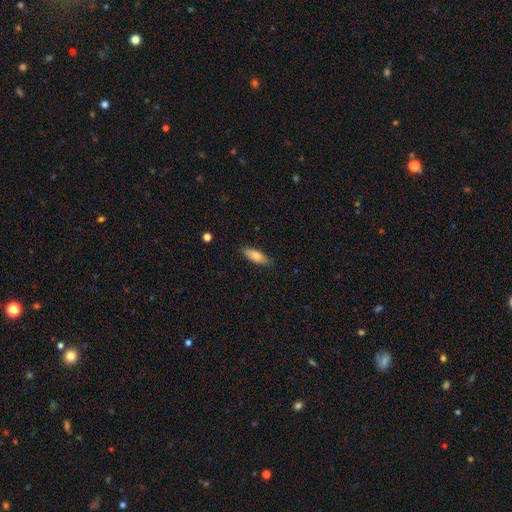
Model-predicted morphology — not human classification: Overall: smooth (78%). How rounded: in between (69%; cigar-shaped 29%). Merging: none (84%).